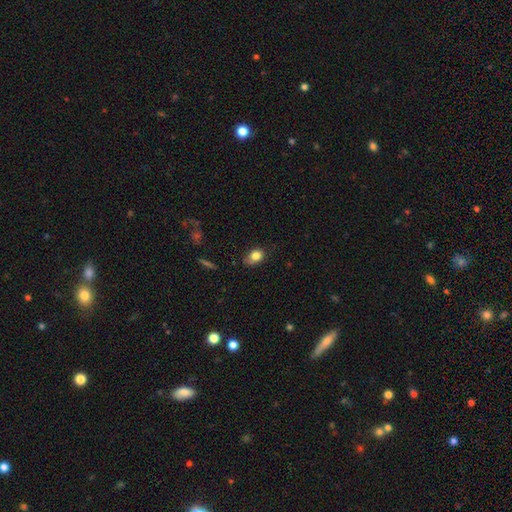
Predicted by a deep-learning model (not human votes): Morphology: type=smooth (81%); roundness=in between (67%); merging=none (62%).